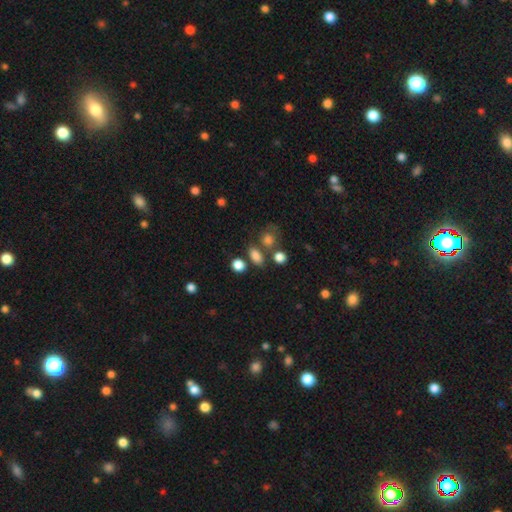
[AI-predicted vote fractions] Morphology: type=smooth (82%); roundness=in between (73%); merging=none (68%).